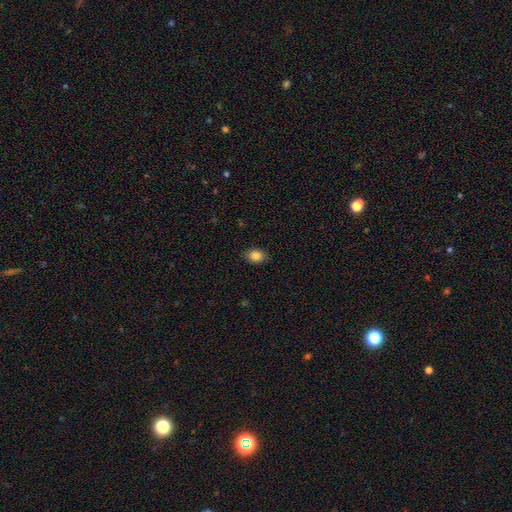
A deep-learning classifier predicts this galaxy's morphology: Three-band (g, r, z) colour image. It shows a smooth galaxy with no disk features (86%) that is in between round and cigar-shaped (76%). Merging: none (88%).